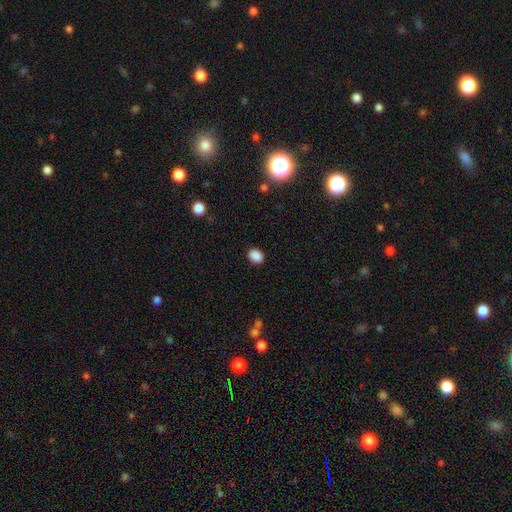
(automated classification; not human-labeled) This appears to be a smooth galaxy with no disk features (88%) that is round (52%). Merging: none (89%).